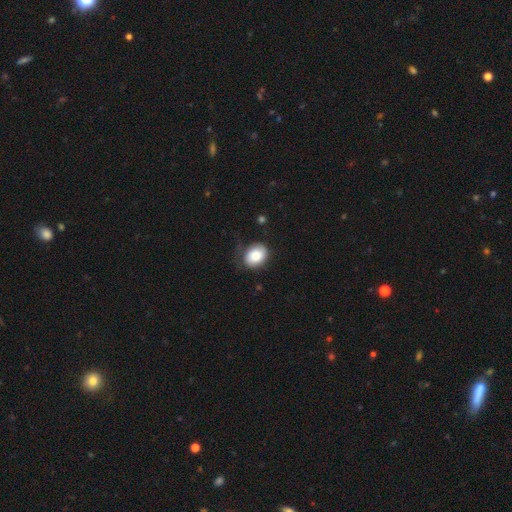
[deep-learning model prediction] Overall: smooth (81%). How rounded: in between (60%; round 40%). Merging: none (63%; minor disturbance 26%).